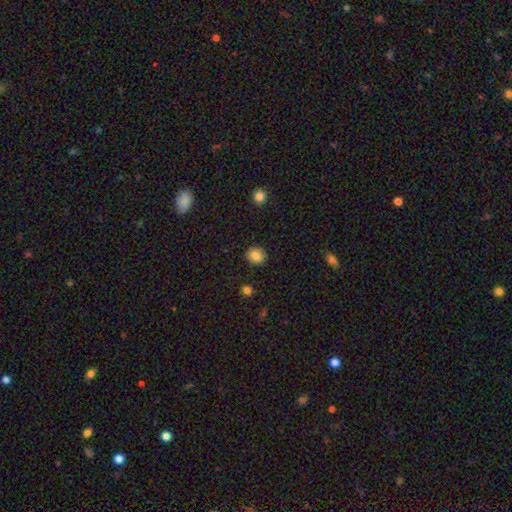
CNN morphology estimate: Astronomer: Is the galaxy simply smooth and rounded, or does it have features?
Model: smooth — 86%.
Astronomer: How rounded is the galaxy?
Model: round — 71%.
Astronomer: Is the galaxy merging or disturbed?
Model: none — 90%.